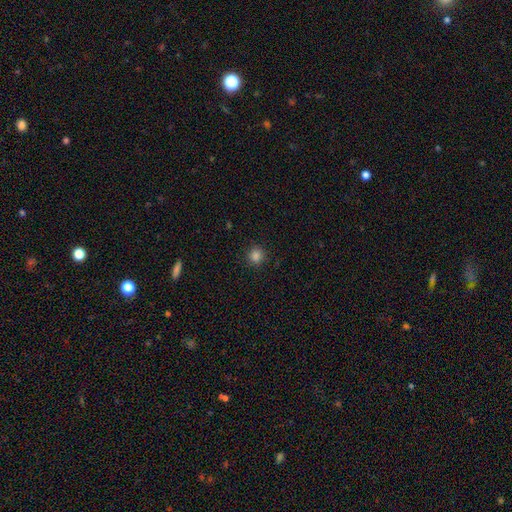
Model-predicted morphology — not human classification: Smooth or featured? smooth (84%)
How rounded? round (93%)
Merging? none (91%)